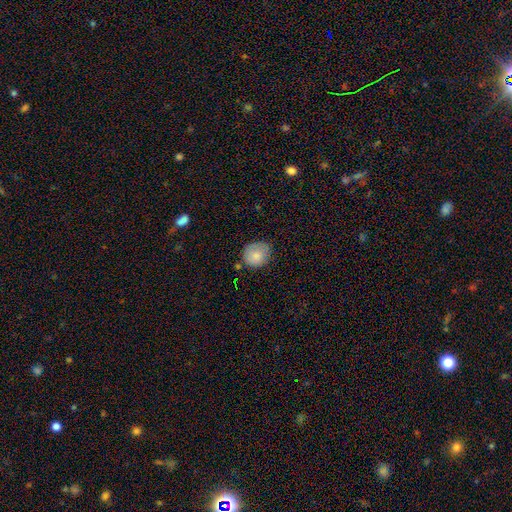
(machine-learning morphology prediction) Q: Smooth or featured?
A: smooth (82%); runner-up: featured or disk (10%)
Q: How rounded?
A: round (80%); runner-up: in between (19%)
Q: Merging?
A: none (69%); runner-up: minor disturbance (23%)